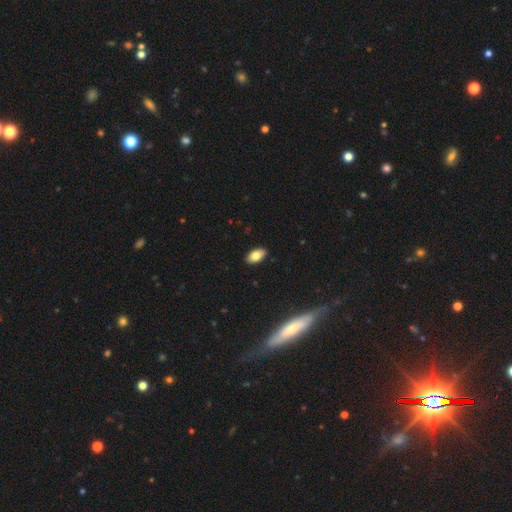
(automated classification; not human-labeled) Smooth or featured? Predicted: smooth (p=0.80). How rounded? Predicted: in between (p=0.94). Merging? Predicted: none (p=0.89).